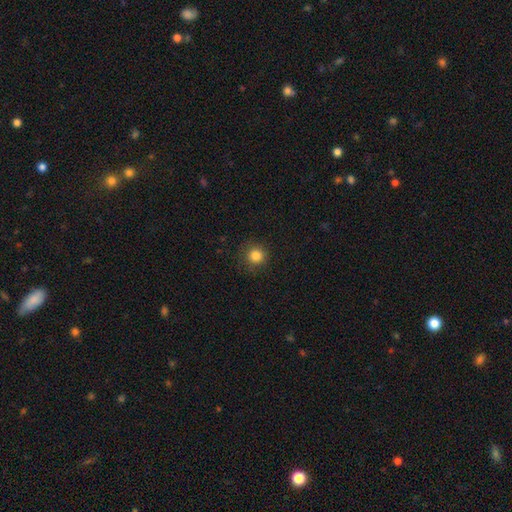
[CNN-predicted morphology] smooth-or-featured: smooth: 84% | star or artifact: 12% | featured or disk: 4%
  how-rounded: round: 94% | in between: 5% | cigar-shaped: 1%
  merging: none: 87% | minor disturbance: 9% | major disturbance: 3% | merger: 1%